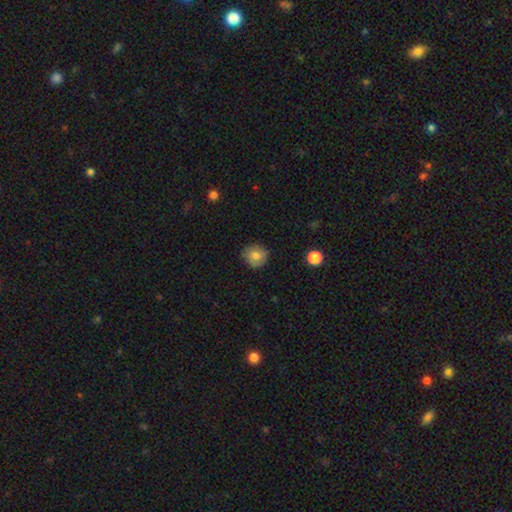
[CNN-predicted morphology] Overall: smooth (71%). How rounded: round (87%). Merging: none (76%).